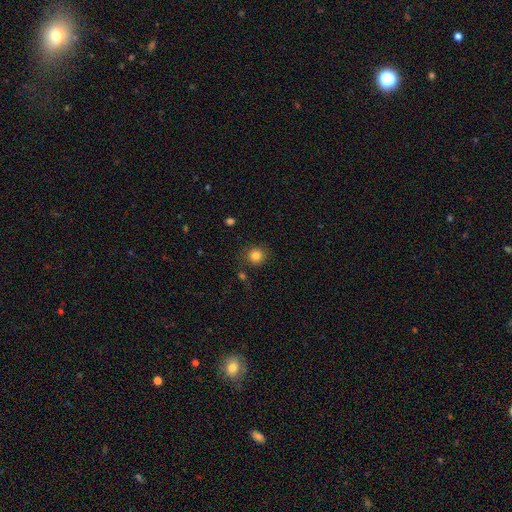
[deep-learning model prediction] Overall: smooth (83%). How rounded: round (90%). Merging: none (81%).